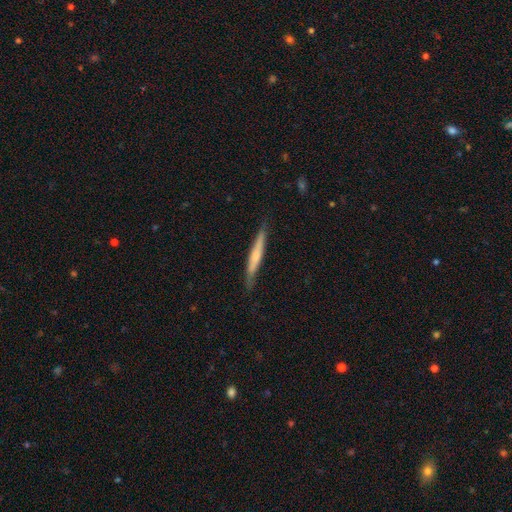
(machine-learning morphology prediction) type=smooth (51%); roundness=cigar-shaped (95%); merging=none (82%).